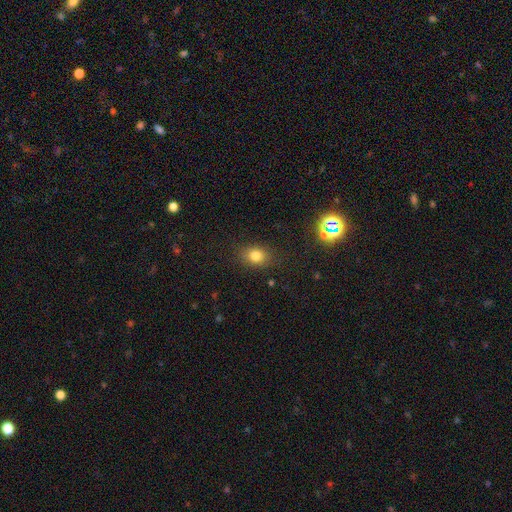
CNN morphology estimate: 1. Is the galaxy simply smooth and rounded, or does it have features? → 78% smooth, 14% star or artifact, 8% featured or disk.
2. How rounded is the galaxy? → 60% in between, 39% round, 1% cigar-shaped.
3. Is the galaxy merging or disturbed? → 83% none, 12% minor disturbance, 4% major disturbance, 2% merger.